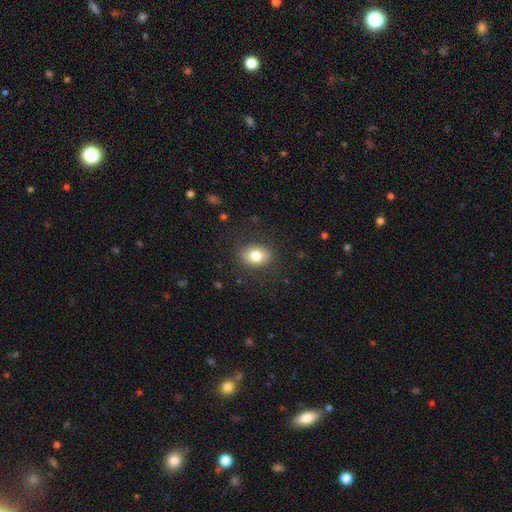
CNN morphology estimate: smooth_or_featured: smooth (p=0.79) [alt: featured or disk p=0.11]
how_rounded: in between (p=0.62) [alt: round p=0.37]
merging: none (p=0.83) [alt: minor disturbance p=0.12]